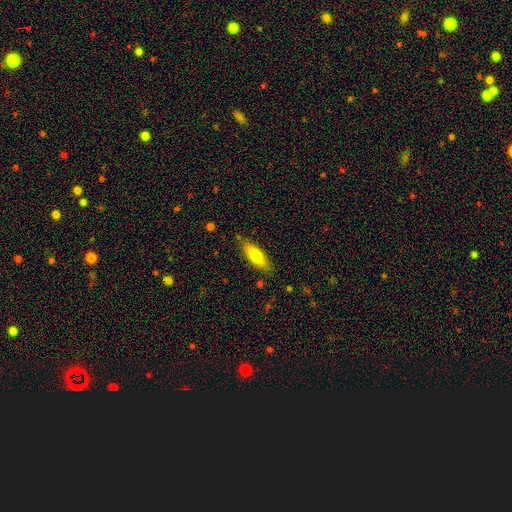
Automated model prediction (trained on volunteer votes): This appears to be a smooth galaxy with no disk features (70%) that is in between round and cigar-shaped (56%). Merging: none (83%).